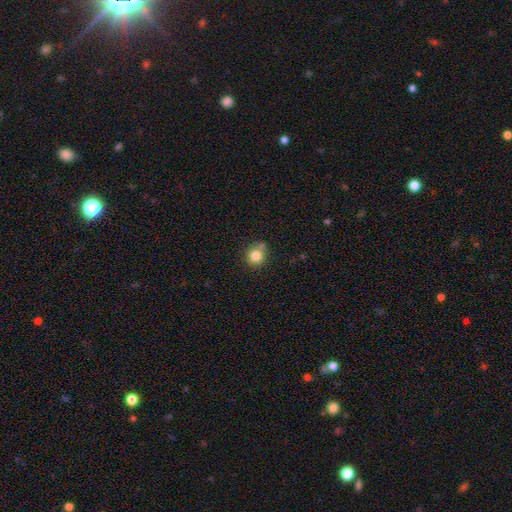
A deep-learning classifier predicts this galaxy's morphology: Smooth or featured?
  - smooth: 82% *
  - star or artifact: 11%
  - featured or disk: 7%
How rounded?
  - round: 86% *
  - in between: 14%
  - cigar-shaped: 1%
Merging?
  - none: 67% *
  - minor disturbance: 19%
  - merger: 10%
  - major disturbance: 4%